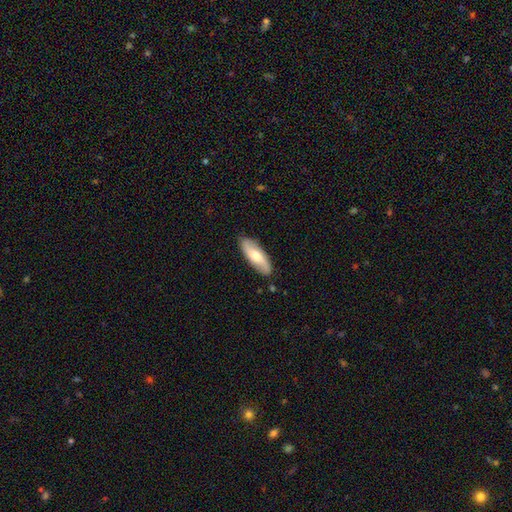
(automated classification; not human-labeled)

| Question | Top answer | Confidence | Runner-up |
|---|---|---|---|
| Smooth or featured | smooth | 50% | featured or disk (45%) |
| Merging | none | 86% | minor disturbance (11%) |